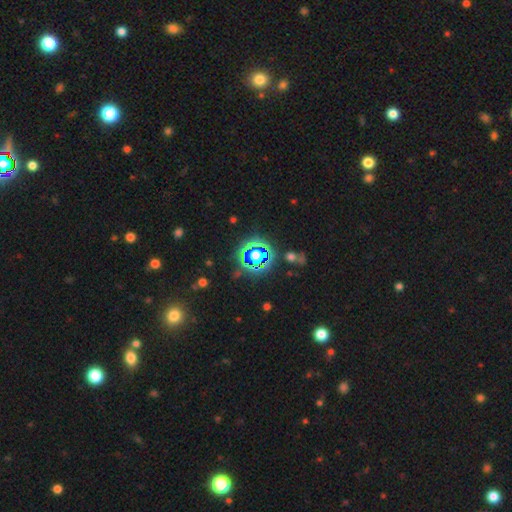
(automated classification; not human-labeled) Morphology: type=star or artifact (62%).